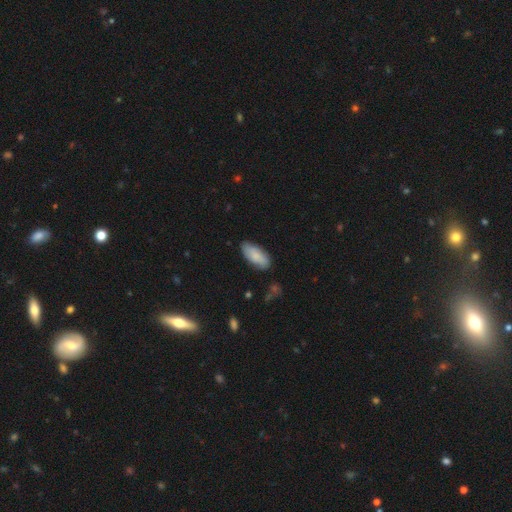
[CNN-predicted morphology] A smooth galaxy with no disk features (80%) that is in between round and cigar-shaped (87%).

Vote fractions:
- Smooth or featured? smooth: 80% / featured or disk: 15% / star or artifact: 6%
- How rounded? in between: 87% / cigar-shaped: 11% / round: 2%
- Merging? none: 79% / minor disturbance: 16% / major disturbance: 3% / merger: 2%